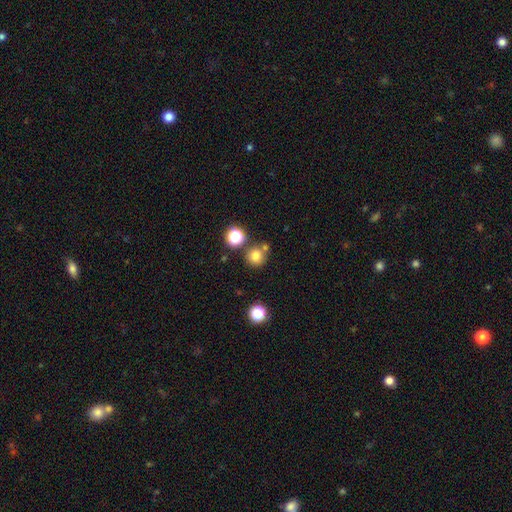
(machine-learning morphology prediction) smooth-or-featured: smooth: 77% | star or artifact: 16% | featured or disk: 7%
  how-rounded: round: 92% | in between: 7% | cigar-shaped: 1%
  merging: none: 71% | merger: 17% | minor disturbance: 9% | major disturbance: 3%